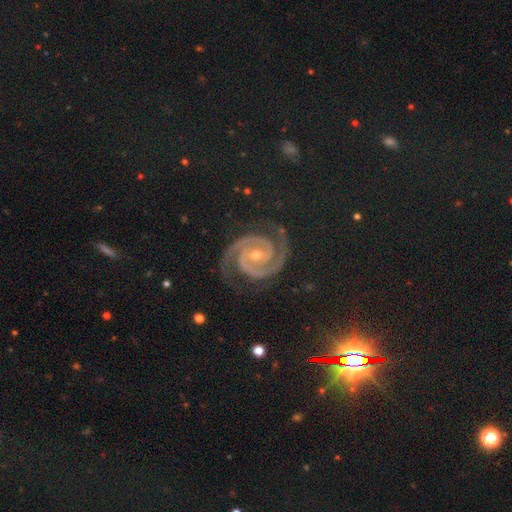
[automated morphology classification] Smooth or featured: featured or disk — 90% (star or artifact — 7%)
Edge-on disk: no — 98% (yes — 2%)
Bar: no — 56% (weak — 29%)
Spiral arms: yes — 99% (no — 1%)
Spiral winding: tight — 68% (medium — 28%)
Spiral arm count: 2 — 93% (3 — 2%)
Bulge size: small — 52% (moderate — 45%)
Merging: none — 84% (minor disturbance — 11%)